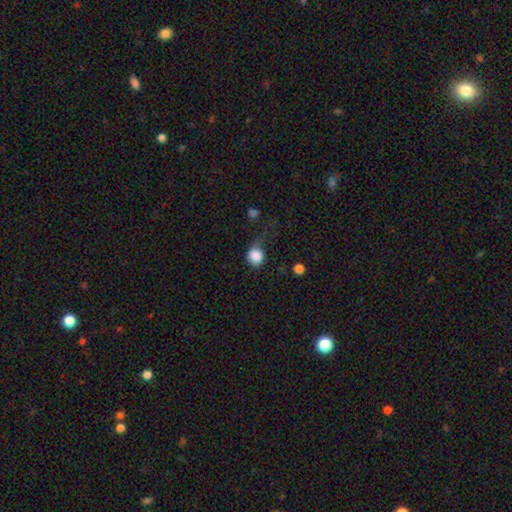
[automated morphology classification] Smooth or featured: smooth — 84% (star or artifact — 9%)
How rounded: round — 82% (in between — 17%)
Merging: none — 37% (minor disturbance — 30%)